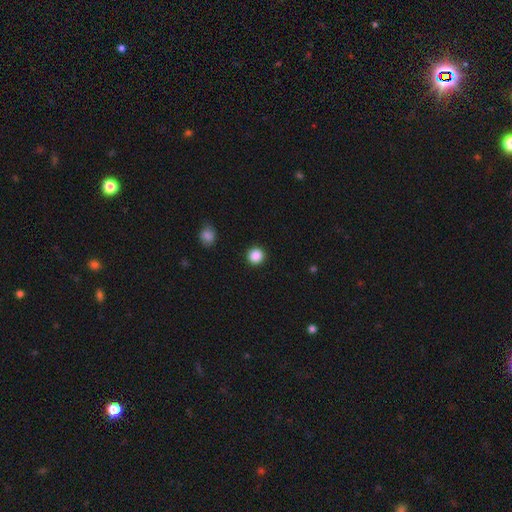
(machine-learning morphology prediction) Q: Smooth or featured?
A: smooth (88%); runner-up: star or artifact (10%)
Q: How rounded?
A: round (92%); runner-up: in between (7%)
Q: Merging?
A: none (92%); runner-up: minor disturbance (5%)